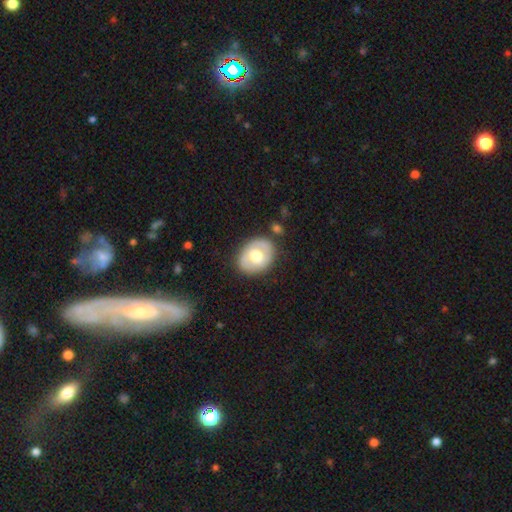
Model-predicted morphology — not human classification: type=smooth (52%); roundness=in between (56%); merging=none (81%).